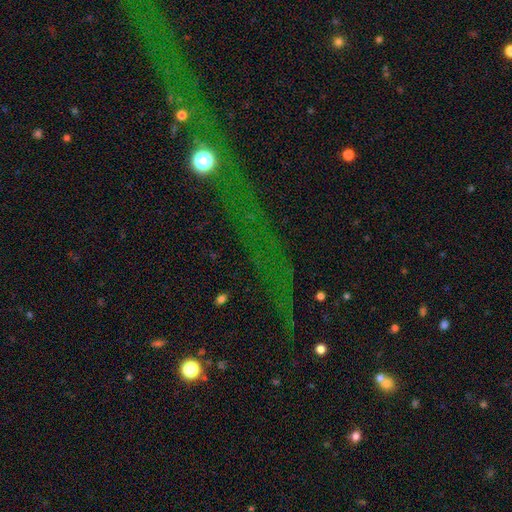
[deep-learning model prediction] Smooth or featured?
  - star or artifact: 74% *
  - smooth: 13%
  - featured or disk: 12%